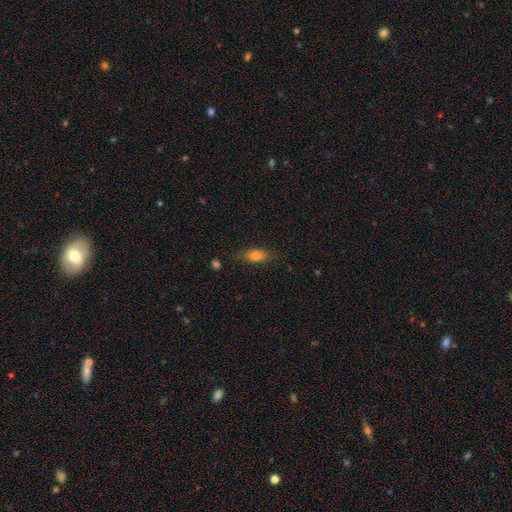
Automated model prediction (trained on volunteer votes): Smooth or featured? Predicted: smooth (p=0.79). How rounded? Predicted: in between (p=0.81). Merging? Predicted: none (p=0.80).